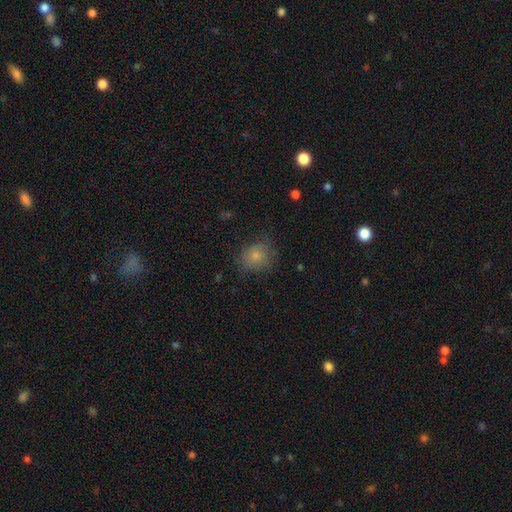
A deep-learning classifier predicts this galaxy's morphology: Smooth or featured: smooth — 78% (featured or disk — 11%)
How rounded: round — 72% (in between — 27%)
Merging: none — 68% (minor disturbance — 22%)